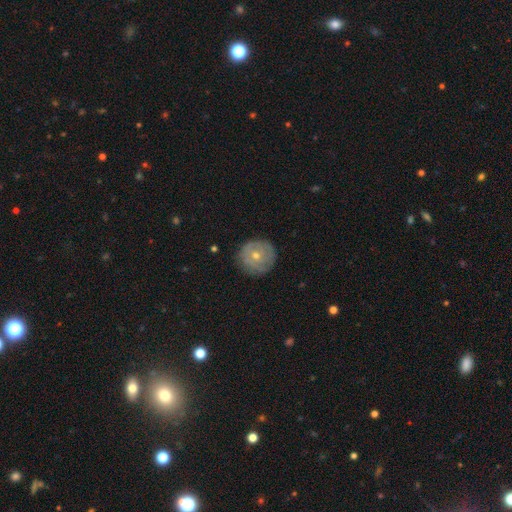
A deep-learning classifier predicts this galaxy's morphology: A smooth galaxy with no disk features (50%) that is round (94%). Merging: none (82%).